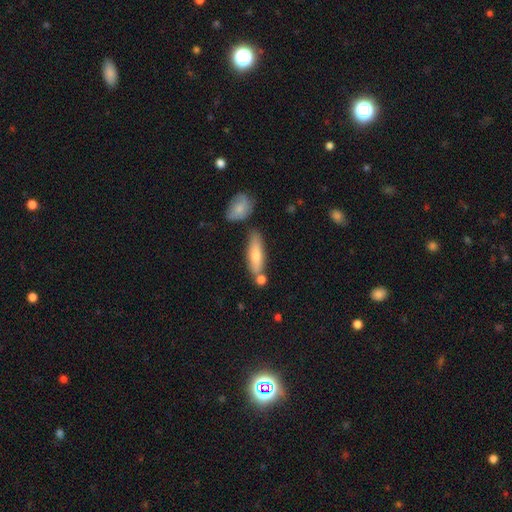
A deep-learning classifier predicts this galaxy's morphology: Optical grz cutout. It shows a smooth galaxy with no disk features (68%) that is cigar-shaped (52%). Merging: none (66%).